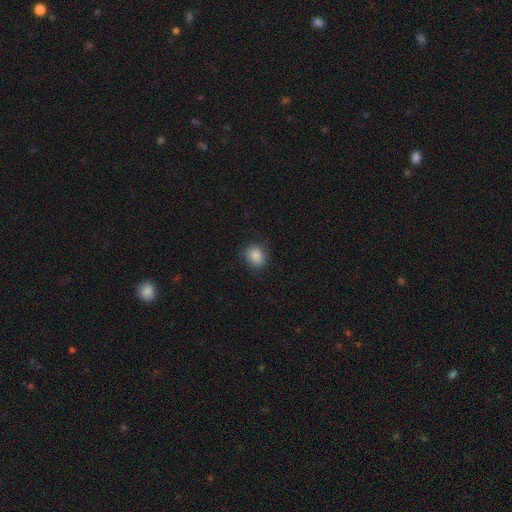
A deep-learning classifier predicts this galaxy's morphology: This is clearly a smooth galaxy (87%). How rounded: likely round (65%). Merging: clearly none (83%).